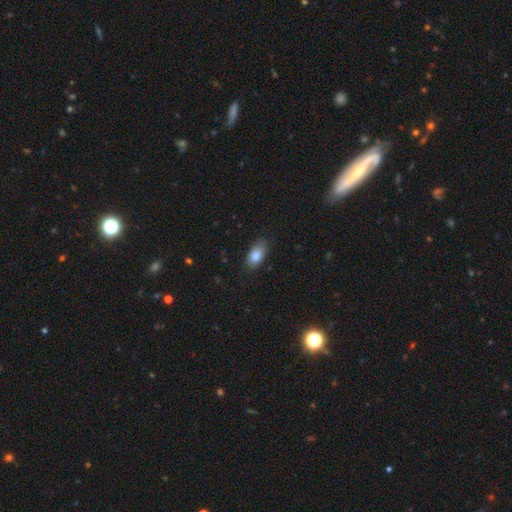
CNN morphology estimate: type=smooth (85%); roundness=in between (90%); merging=none (78%).